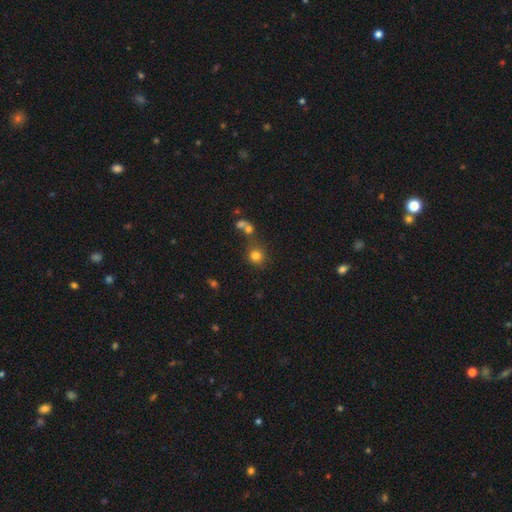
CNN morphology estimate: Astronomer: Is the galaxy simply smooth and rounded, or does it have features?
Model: smooth — 79%.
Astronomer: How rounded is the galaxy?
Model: round — 88%.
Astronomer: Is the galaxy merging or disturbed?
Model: none — 68%.